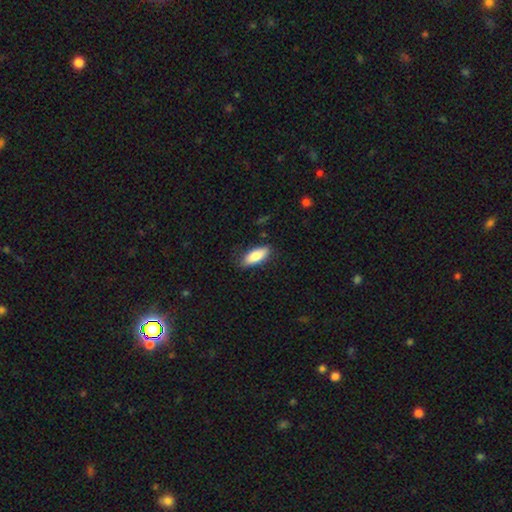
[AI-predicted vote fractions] A smooth galaxy with no disk features (79%) that is in between round and cigar-shaped (71%). Merging: none (82%).